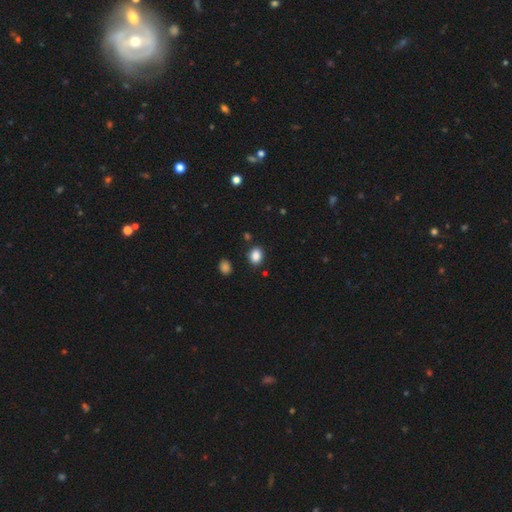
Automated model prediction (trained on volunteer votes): Smooth or featured?
  - smooth: 87% *
  - star or artifact: 10%
  - featured or disk: 3%
How rounded?
  - in between: 58% *
  - round: 41%
  - cigar-shaped: 1%
Merging?
  - none: 86% *
  - minor disturbance: 9%
  - merger: 3%
  - major disturbance: 3%